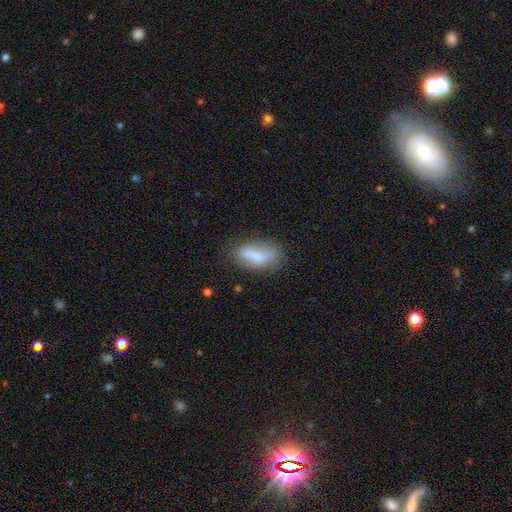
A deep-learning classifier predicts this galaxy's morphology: The model was most divided on "smooth or featured": smooth: 65%, featured or disk: 27%, star or artifact: 8%. More confident: how rounded — in between (84%); merging — none (63%).